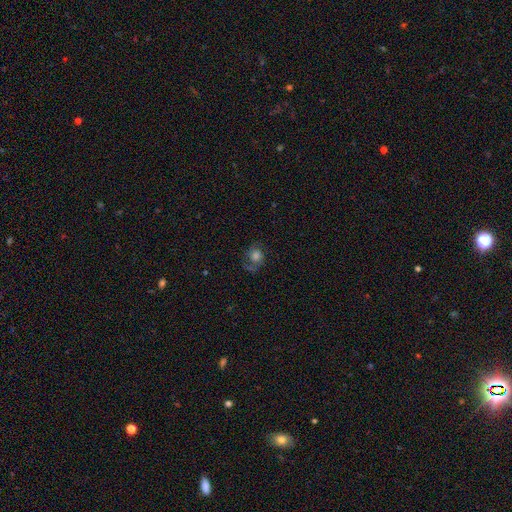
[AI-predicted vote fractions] smooth-or-featured: featured or disk: 57% | smooth: 31% | star or artifact: 13%
  disk-edge-on: no: 97% | yes: 3%
    bar: no: 75% | weak: 22% | strong: 3%
    has-spiral-arms: yes: 87% | no: 13%
    bulge-size: moderate: 37% | large: 35% | small: 15% | none: 7% | dominant: 6%
  merging: none: 65% | minor disturbance: 18% | major disturbance: 16% | merger: 2%